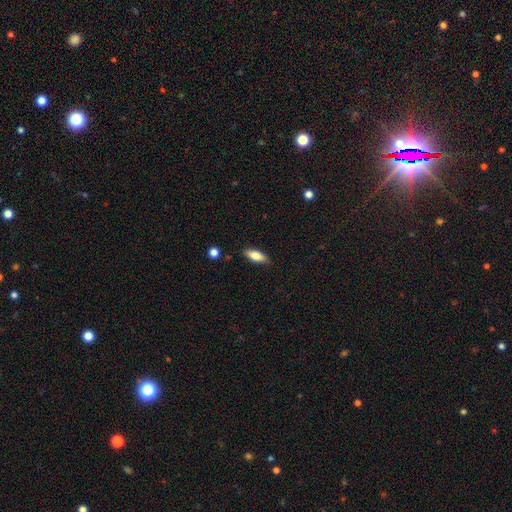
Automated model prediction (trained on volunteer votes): A smooth galaxy with no disk features (76%) that is in between round and cigar-shaped (69%). Merging: none (87%).